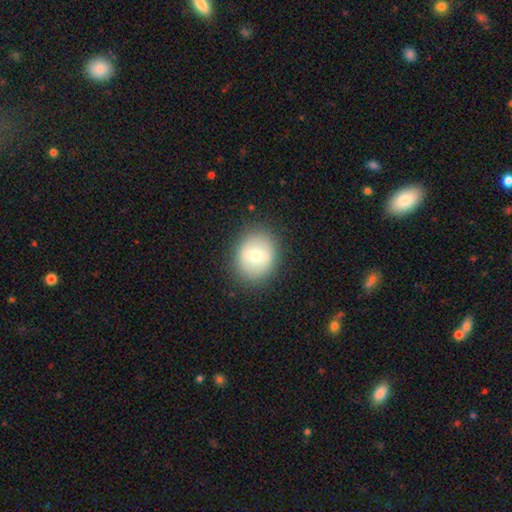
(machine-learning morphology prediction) A smooth galaxy with no disk features (67%) that is round (68%).

Vote fractions:
- Smooth or featured? smooth: 67% / featured or disk: 25% / star or artifact: 8%
- How rounded? round: 68% / in between: 31% / cigar-shaped: 1%
- Merging? none: 85% / minor disturbance: 10% / major disturbance: 4% / merger: 1%